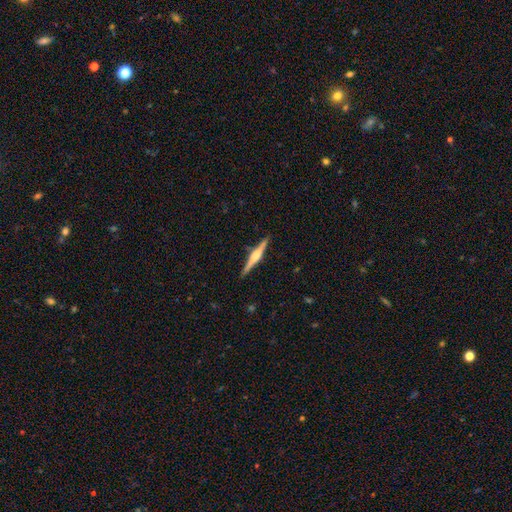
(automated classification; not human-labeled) smooth-or-featured: featured or disk: 74% | smooth: 21% | star or artifact: 5%
  disk-edge-on: yes: 98% | no: 2%
    edge-on-bulge: rounded: 77% | boxy: 16% | none: 7%
  merging: none: 91% | minor disturbance: 7% | major disturbance: 1% | merger: 1%